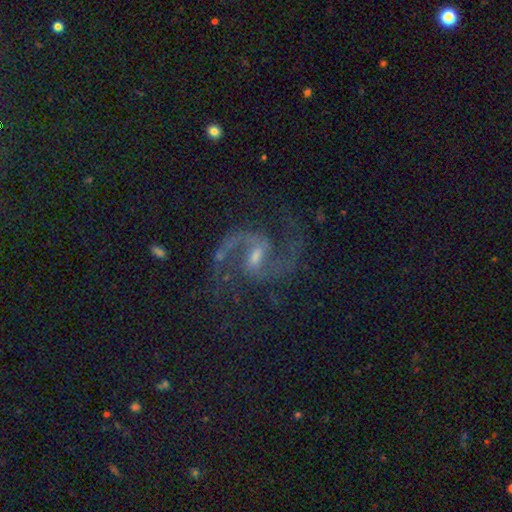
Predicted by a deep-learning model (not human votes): Smooth or featured? Predicted: featured or disk (p=0.91). Edge-on disk? Predicted: no (p=0.98). Bar? Predicted: weak (p=0.59). Spiral arms? Predicted: yes (p=0.98). Spiral winding? Predicted: medium (p=0.59). Spiral arm count? Predicted: 2 (p=0.94). Bulge size? Predicted: small (p=0.46). Merging? Predicted: none (p=0.75).